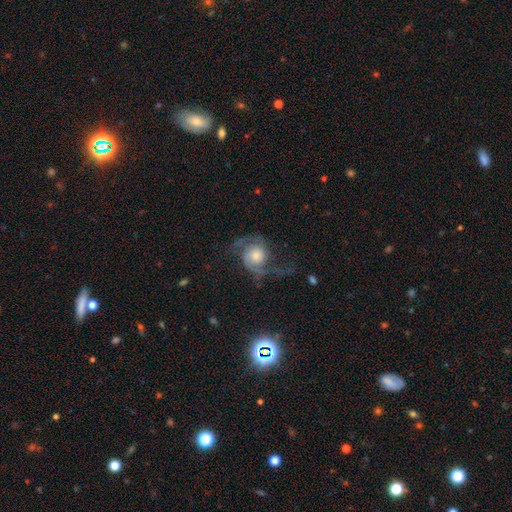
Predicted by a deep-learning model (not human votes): Smooth or featured: featured or disk — 81% (smooth — 13%)
Edge-on disk: no — 97% (yes — 3%)
Bar: no — 74% (weak — 22%)
Spiral arms: yes — 96% (no — 4%)
Spiral winding: loose — 47% (medium — 40%)
Spiral arm count: 2 — 83% (3 — 5%)
Bulge size: moderate — 36% (large — 30%)
Merging: none — 56% (major disturbance — 24%)